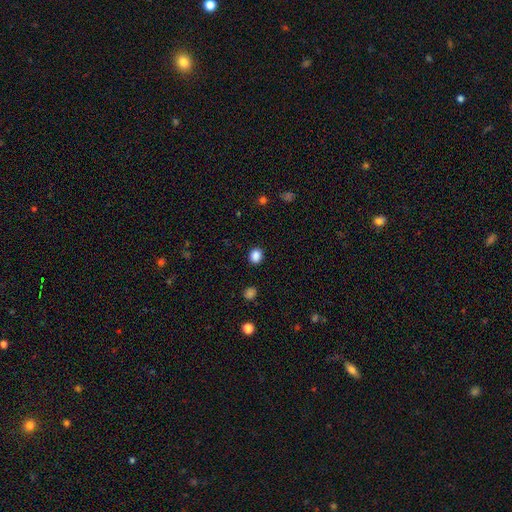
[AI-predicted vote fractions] smooth_or_featured: smooth (p=0.87) [alt: star or artifact p=0.11]
how_rounded: round (p=0.65) [alt: in between p=0.34]
merging: none (p=0.90) [alt: minor disturbance p=0.07]